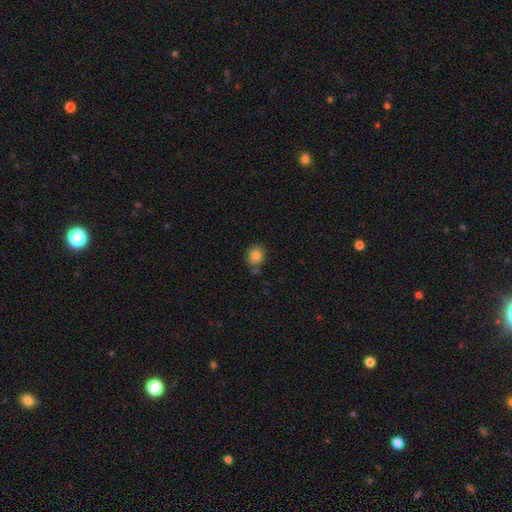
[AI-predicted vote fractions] Smooth or featured? smooth (83%)
How rounded? round (71%)
Merging? none (74%)